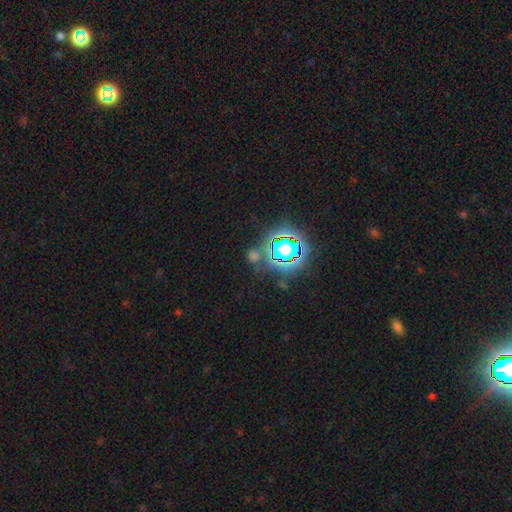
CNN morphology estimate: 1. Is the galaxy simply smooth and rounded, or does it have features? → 62% star or artifact, 29% smooth, 10% featured or disk.